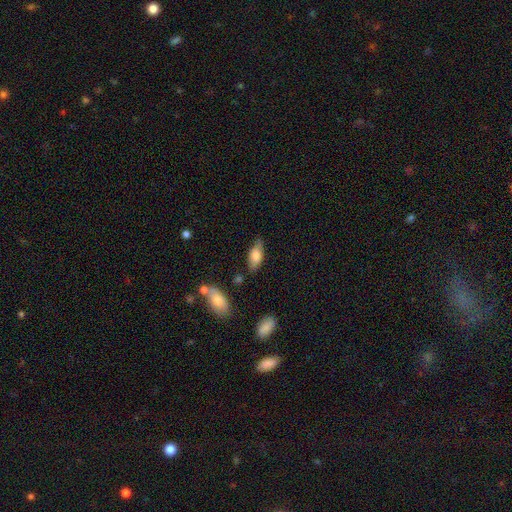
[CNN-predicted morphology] A smooth galaxy with no disk features (72%) that is in between round and cigar-shaped (80%).

Vote fractions:
- Smooth or featured? smooth: 72% / featured or disk: 22% / star or artifact: 6%
- How rounded? in between: 80% / cigar-shaped: 17% / round: 3%
- Merging? none: 73% / minor disturbance: 19% / major disturbance: 4% / merger: 4%